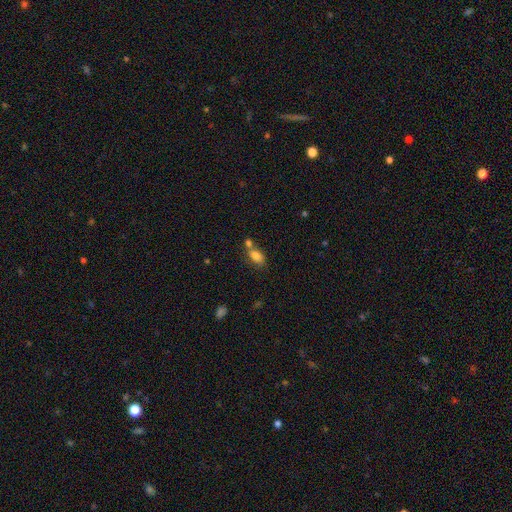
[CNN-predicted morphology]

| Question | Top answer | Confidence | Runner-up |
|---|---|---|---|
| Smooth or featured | smooth | 81% | featured or disk (10%) |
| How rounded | in between | 86% | round (10%) |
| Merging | none | 49% | merger (33%) |